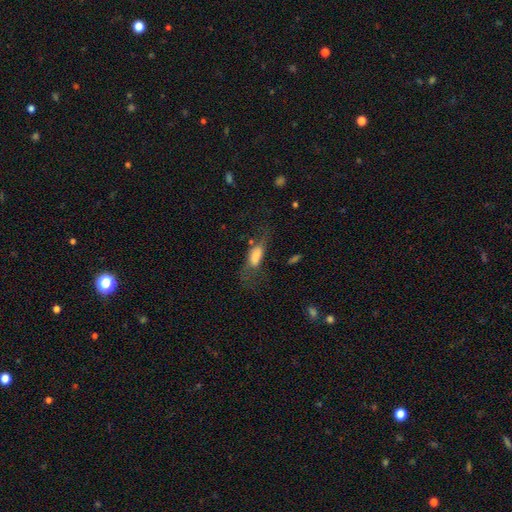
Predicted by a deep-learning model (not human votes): Q: Smooth or featured?
A: smooth (58%); runner-up: featured or disk (31%)
Q: How rounded?
A: in between (66%); runner-up: cigar-shaped (29%)
Q: Merging?
A: none (39%); runner-up: major disturbance (35%)